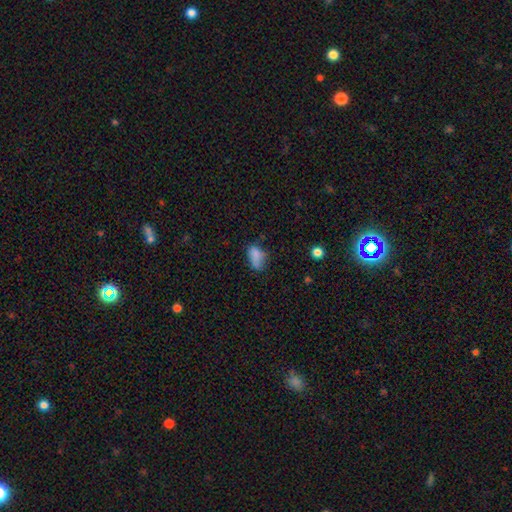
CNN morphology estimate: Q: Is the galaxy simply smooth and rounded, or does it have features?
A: smooth — 76%.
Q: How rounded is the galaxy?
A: in between — 86%.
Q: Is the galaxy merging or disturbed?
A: none — 39%.